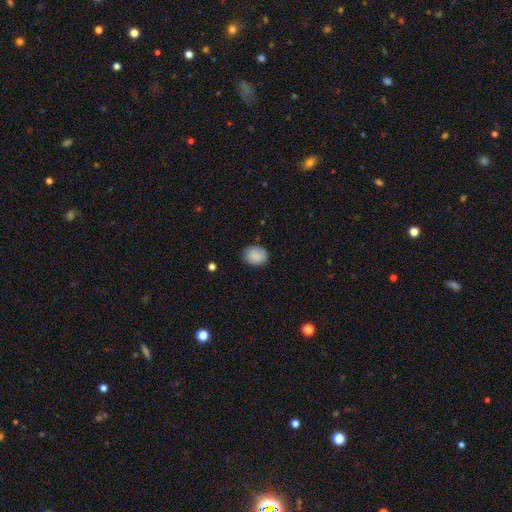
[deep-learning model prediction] A smooth galaxy with no disk features (88%) that is in between round and cigar-shaped (57%). Merging: none (81%).